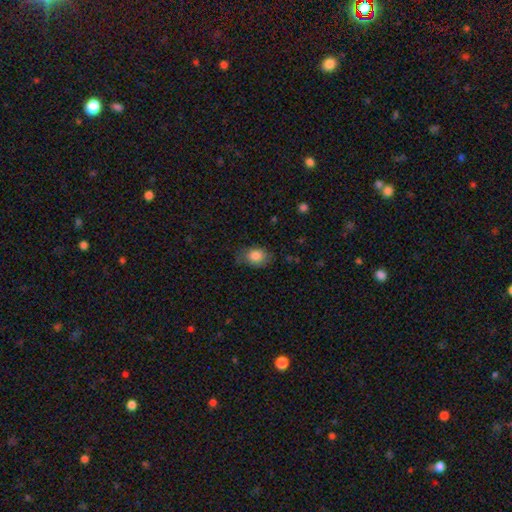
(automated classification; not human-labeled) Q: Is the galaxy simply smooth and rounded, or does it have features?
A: smooth — 83%.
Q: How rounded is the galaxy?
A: in between — 66%.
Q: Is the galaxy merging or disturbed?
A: none — 67%.